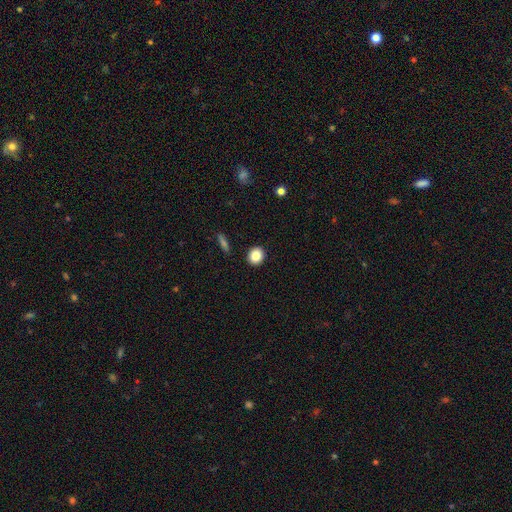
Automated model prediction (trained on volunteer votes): smooth-or-featured: smooth: 85% | star or artifact: 9% | featured or disk: 6%
  how-rounded: round: 73% | in between: 26% | cigar-shaped: 1%
  merging: none: 91% | minor disturbance: 5% | major disturbance: 2% | merger: 1%